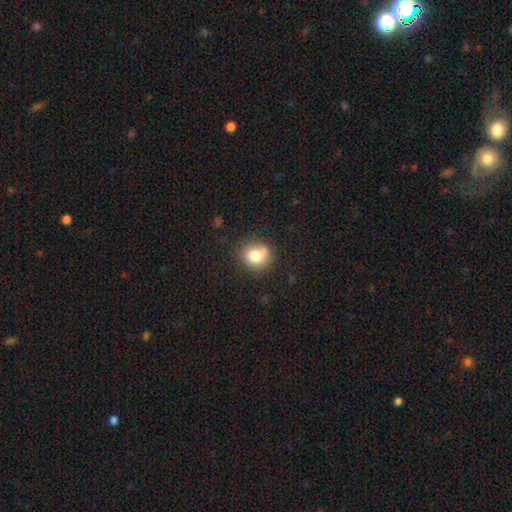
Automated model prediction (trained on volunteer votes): Smooth or featured? smooth (78%)
How rounded? round (77%)
Merging? none (71%)